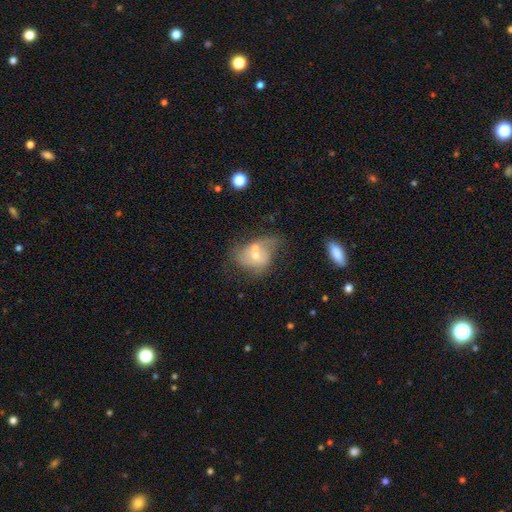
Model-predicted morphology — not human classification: Q: Smooth or featured?
A: featured or disk (50%); runner-up: smooth (40%)
Q: Merging?
A: merger (47%); runner-up: none (23%)